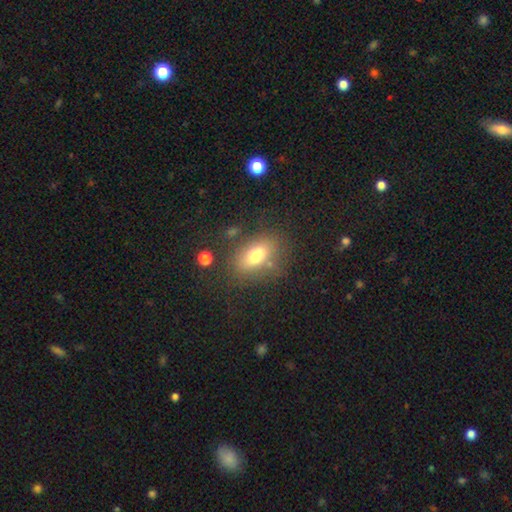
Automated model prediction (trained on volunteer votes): smooth-or-featured: smooth: 72% | featured or disk: 17% | star or artifact: 11%
  how-rounded: in between: 84% | round: 11% | cigar-shaped: 5%
  merging: none: 72% | minor disturbance: 15% | merger: 7% | major disturbance: 7%